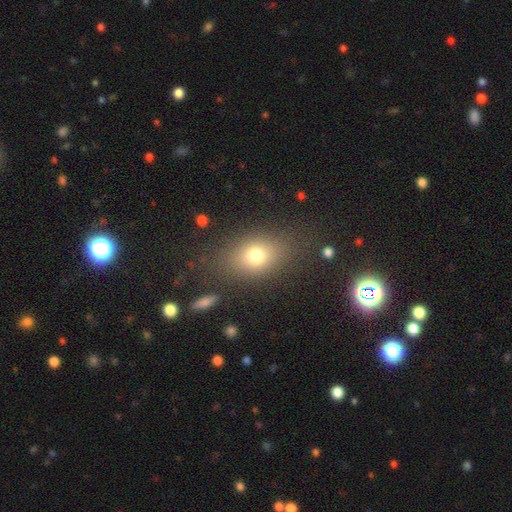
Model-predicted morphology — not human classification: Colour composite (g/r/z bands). It shows a smooth galaxy with no disk features (74%) that is in between round and cigar-shaped (70%). Merging: none (77%).